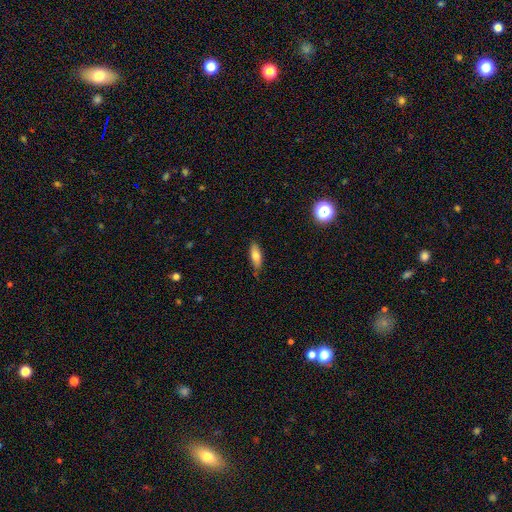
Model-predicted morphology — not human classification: Q: Smooth or featured?
A: smooth (75%); runner-up: featured or disk (18%)
Q: How rounded?
A: in between (63%); runner-up: cigar-shaped (34%)
Q: Merging?
A: none (77%); runner-up: minor disturbance (19%)